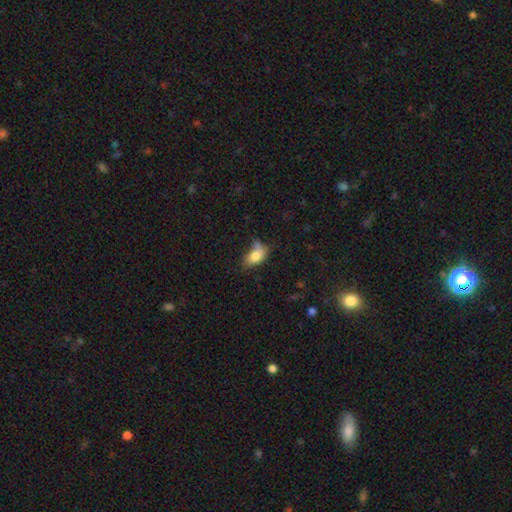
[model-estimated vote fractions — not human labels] smooth 77%, featured or disk 14%, star or artifact 9%. Down the decision tree: how rounded — in between (88%); merging — none (40%).